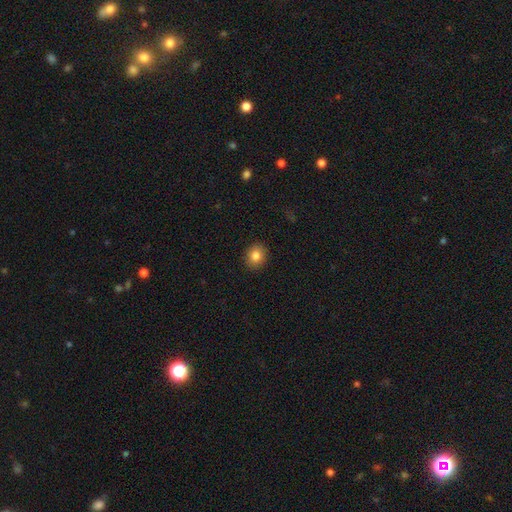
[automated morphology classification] Overall: smooth (82%). How rounded: round (63%; in between 36%). Merging: none (90%).